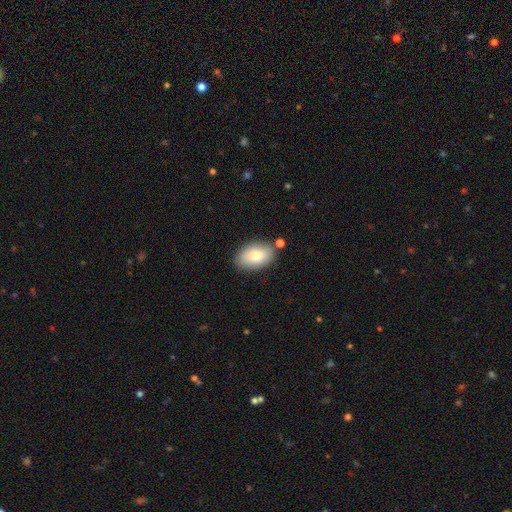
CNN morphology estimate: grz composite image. It shows a smooth galaxy with no disk features (81%) that is in between round and cigar-shaped (92%). Merging: none (79%).